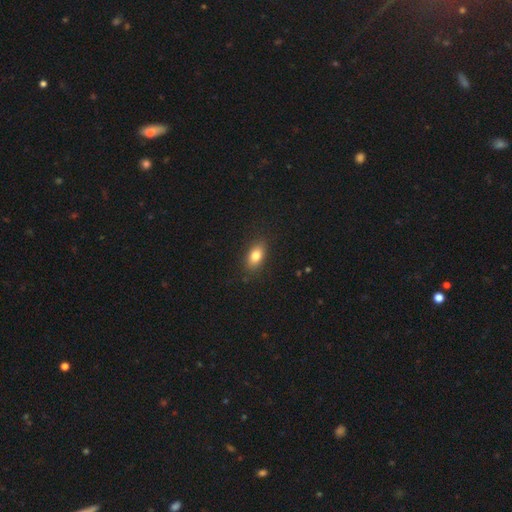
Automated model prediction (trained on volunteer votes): Overall: smooth (80%). How rounded: in between (85%). Merging: none (86%).